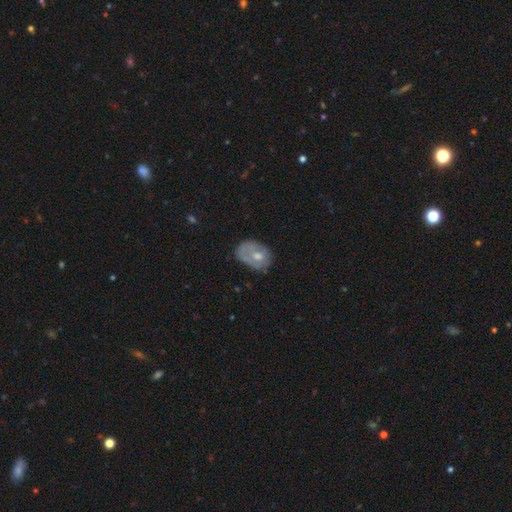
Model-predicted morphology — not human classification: Q: Smooth or featured?
A: smooth (52%); runner-up: featured or disk (40%)
Q: How rounded?
A: in between (73%); runner-up: round (26%)
Q: Merging?
A: none (43%); runner-up: minor disturbance (32%)